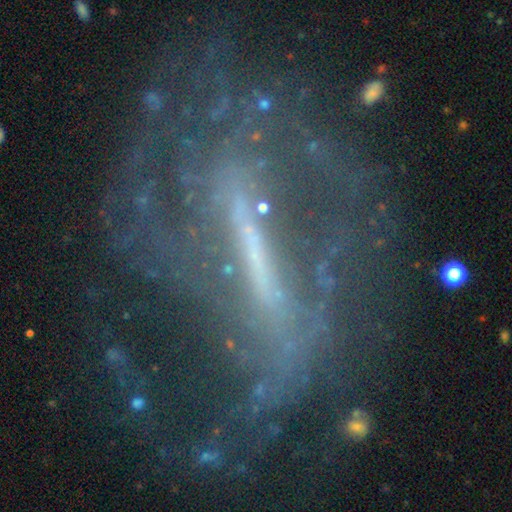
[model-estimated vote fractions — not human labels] Morphology: type=featured or disk (82%); edge-on=no (86%); bar=strong (69%); spiral arms=yes (78%); winding=medium (36%, tied with loose); arm count=2 (54%); bulge=small (47%); merging=none (53%).